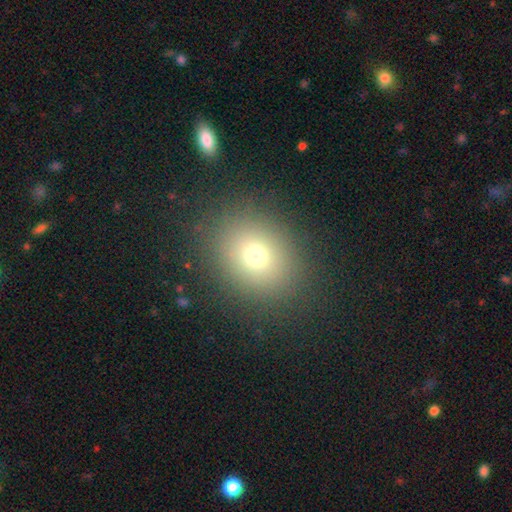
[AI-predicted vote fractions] smooth-or-featured: smooth: 72% | star or artifact: 17% | featured or disk: 12%
  how-rounded: round: 60% | in between: 39% | cigar-shaped: 1%
  merging: none: 86% | minor disturbance: 8% | major disturbance: 4% | merger: 2%